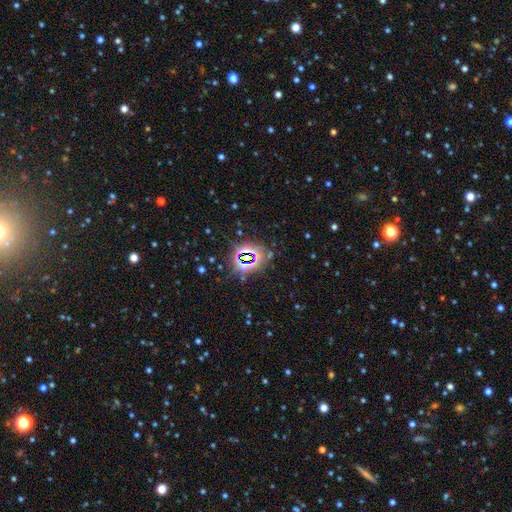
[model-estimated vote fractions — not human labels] A star or artifact, not a galaxy (77%).

Vote fractions:
- Smooth or featured? star or artifact: 77% / smooth: 14% / featured or disk: 9%